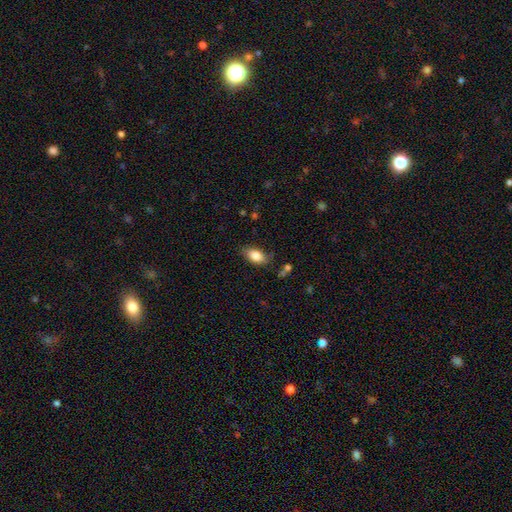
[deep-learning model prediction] Overall: smooth (83%). How rounded: in between (91%). Merging: none (79%).